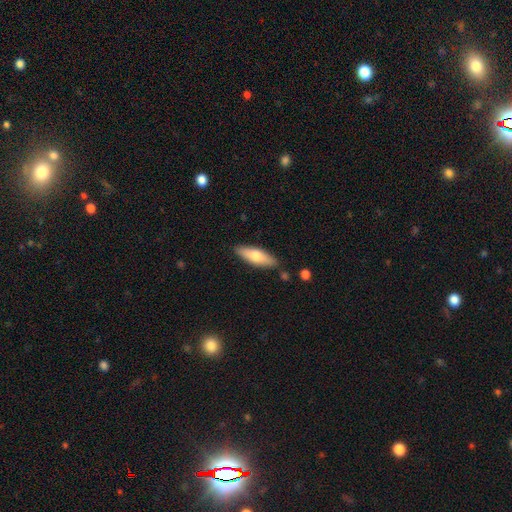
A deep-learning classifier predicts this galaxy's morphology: A smooth galaxy with no disk features (65%) that is in between round and cigar-shaped (52%).

Vote fractions:
- Smooth or featured? smooth: 65% / featured or disk: 30% / star or artifact: 5%
- How rounded? in between: 52% / cigar-shaped: 45% / round: 2%
- Merging? none: 84% / minor disturbance: 11% / merger: 3% / major disturbance: 2%